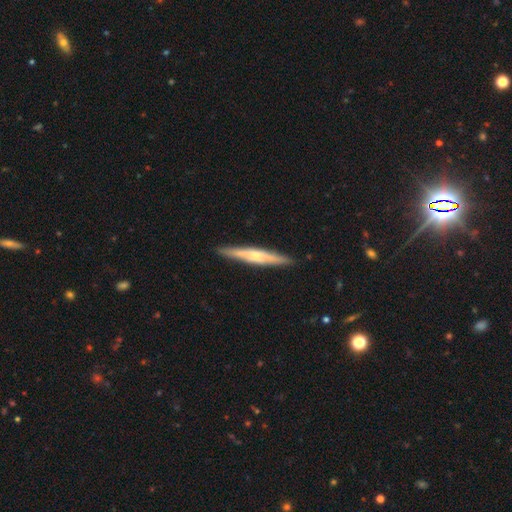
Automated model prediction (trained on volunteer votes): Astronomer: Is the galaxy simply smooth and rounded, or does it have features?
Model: featured or disk — 57% (runner-up: smooth, 38%).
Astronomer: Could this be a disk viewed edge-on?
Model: yes — 96%.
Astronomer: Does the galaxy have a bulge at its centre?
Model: rounded — 73%.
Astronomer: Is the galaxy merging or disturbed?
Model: none — 91%.